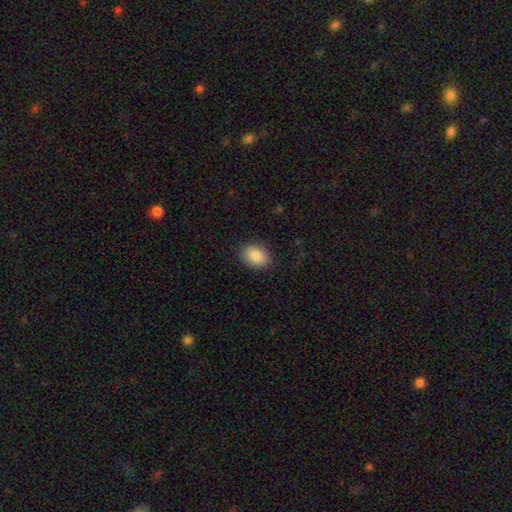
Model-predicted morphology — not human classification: Overall: smooth (88%). How rounded: in between (70%). Merging: none (87%).